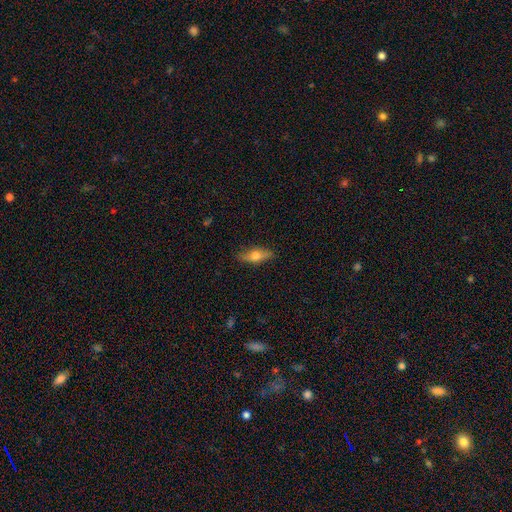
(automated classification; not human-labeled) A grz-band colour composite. It shows a smooth galaxy with no disk features (53%) that is in between round and cigar-shaped (58%). Merging: none (85%).